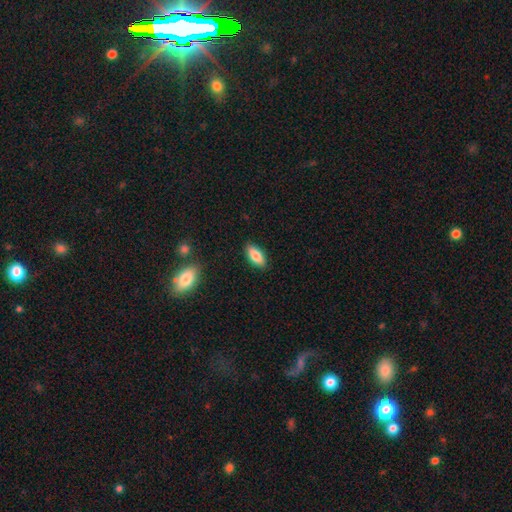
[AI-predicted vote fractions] This appears to be a smooth galaxy with no disk features (81%) that is in between round and cigar-shaped (82%). Merging: none (88%).